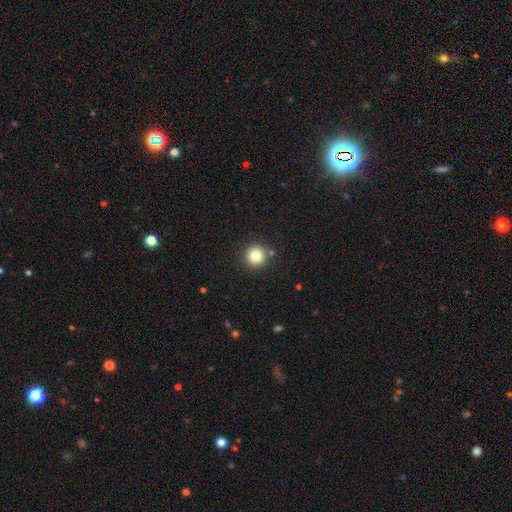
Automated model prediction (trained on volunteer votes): A smooth galaxy with no disk features (83%) that is round (95%).

Vote fractions:
- Smooth or featured? smooth: 83% / star or artifact: 11% / featured or disk: 6%
- How rounded? round: 95% / in between: 4% / cigar-shaped: 1%
- Merging? none: 88% / minor disturbance: 6% / merger: 3% / major disturbance: 2%